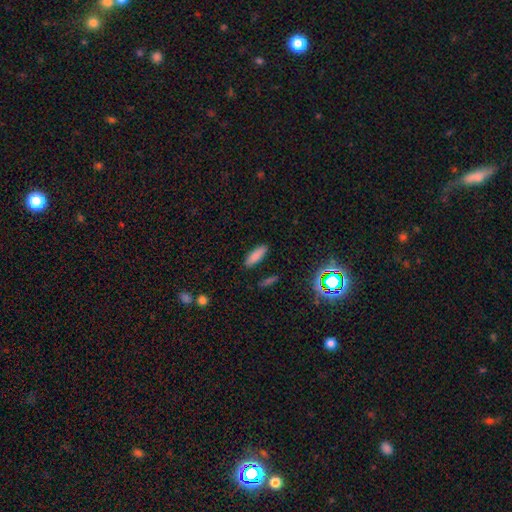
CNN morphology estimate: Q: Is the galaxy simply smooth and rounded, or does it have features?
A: smooth — 84%.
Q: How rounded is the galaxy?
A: in between — 58%.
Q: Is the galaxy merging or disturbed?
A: none — 88%.